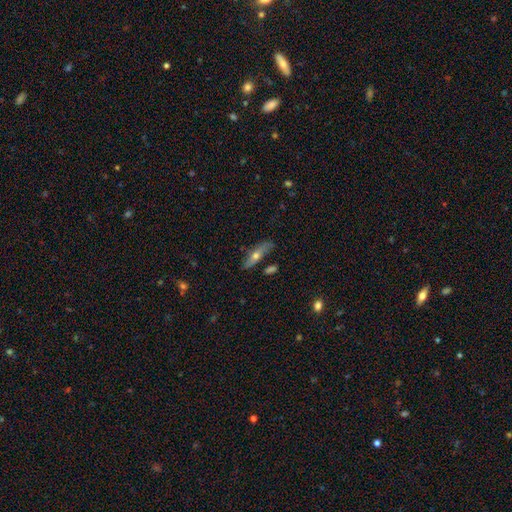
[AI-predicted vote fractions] A smooth galaxy with no disk features (47%).

Vote fractions:
- Smooth or featured? smooth: 47% / featured or disk: 46% / star or artifact: 7%
- Merging? none: 73% / minor disturbance: 19% / major disturbance: 5% / merger: 4%